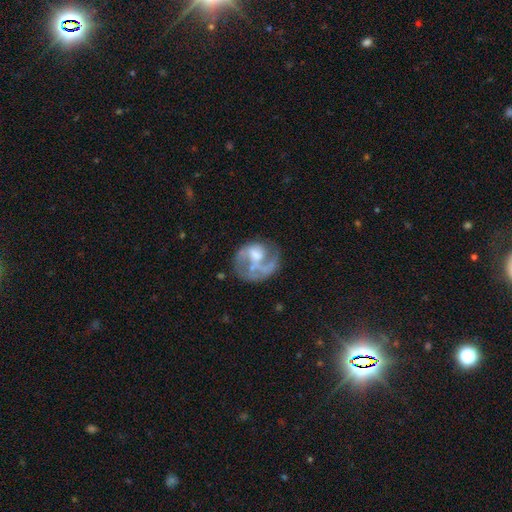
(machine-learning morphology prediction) This is likely a featured or disk galaxy (70%). It is clearly not viewed edge-on (98%). Bar: likely no (63%). Spiral arm pattern: likely yes (71%). Central bulge: marginally moderate (44%). Merging: marginally none (45%).